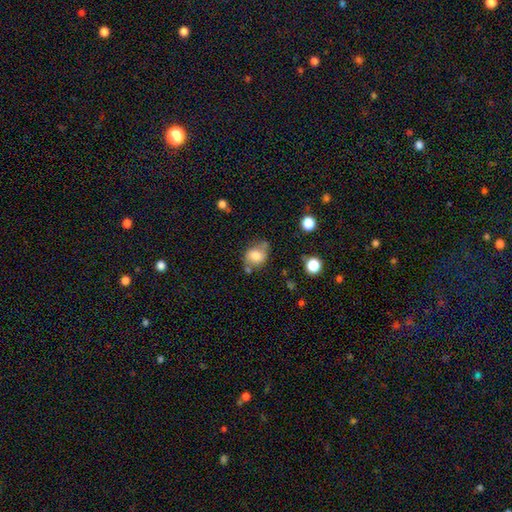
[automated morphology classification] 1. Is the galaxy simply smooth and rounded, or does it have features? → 76% smooth, 14% featured or disk, 9% star or artifact.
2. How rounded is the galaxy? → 50% round, 48% in between, 1% cigar-shaped.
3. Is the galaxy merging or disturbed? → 57% none, 23% minor disturbance, 12% merger, 7% major disturbance.